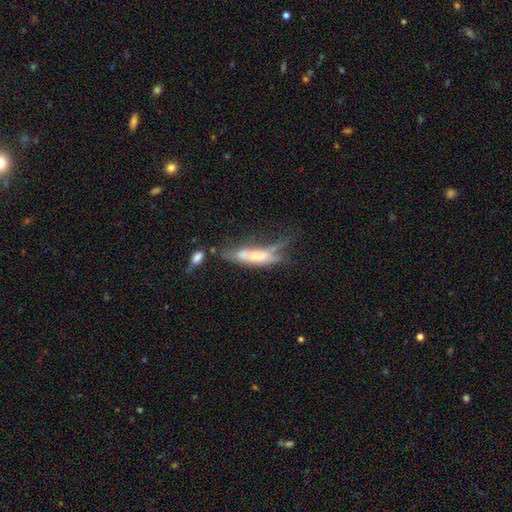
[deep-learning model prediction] Smooth or featured? Predicted: featured or disk (p=0.50). Edge-on disk? Predicted: no (p=0.52). Merging? Predicted: major disturbance (p=0.32).